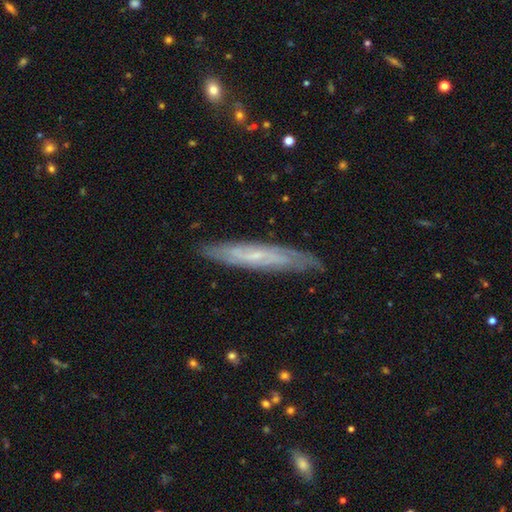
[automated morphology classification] Smooth or featured?
  - featured or disk: 63% *
  - smooth: 29%
  - star or artifact: 7%
Edge-on disk?
  - yes: 63% *
  - no: 37%
Merging?
  - none: 84% *
  - minor disturbance: 13%
  - major disturbance: 2%
  - merger: 1%